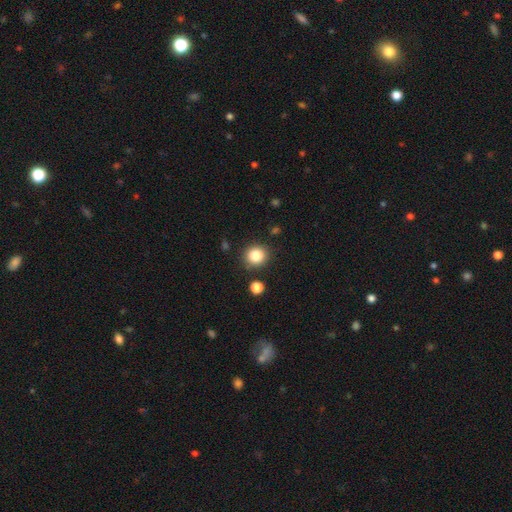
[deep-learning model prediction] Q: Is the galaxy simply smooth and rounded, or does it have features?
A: smooth — 84%.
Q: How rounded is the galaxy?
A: round — 88%.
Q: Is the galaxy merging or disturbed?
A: none — 86%.